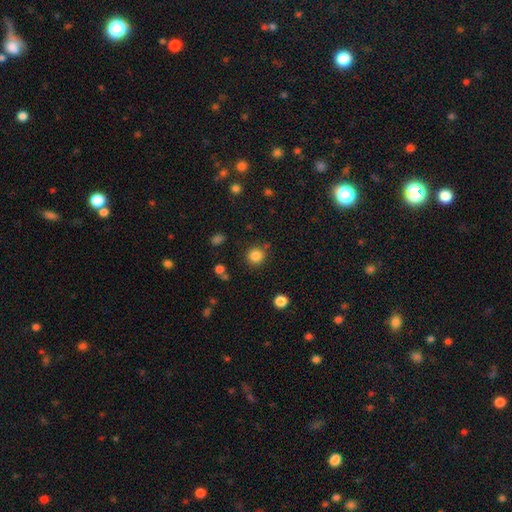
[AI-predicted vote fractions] This appears to be a smooth galaxy with no disk features (84%) that is round (93%). Merging: none (84%).